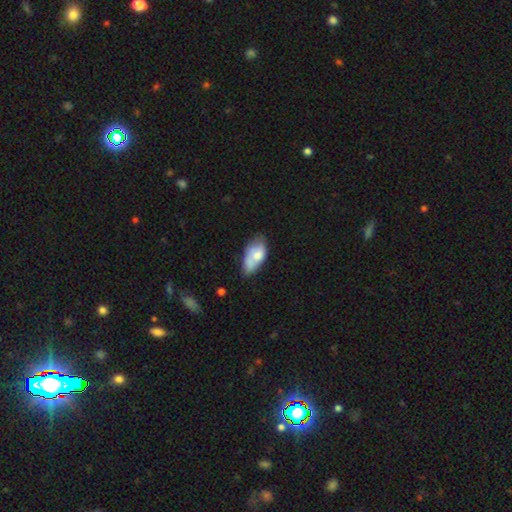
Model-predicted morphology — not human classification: smooth_or_featured: smooth (p=0.68) [alt: featured or disk p=0.25]
how_rounded: in between (p=0.91) [alt: round p=0.04]
merging: minor disturbance (p=0.37) [alt: none p=0.36]